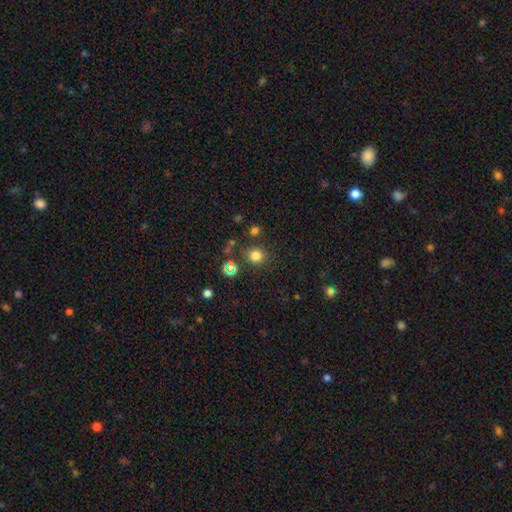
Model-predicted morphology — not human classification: Smooth or featured?
  - smooth: 77% *
  - star or artifact: 18%
  - featured or disk: 5%
How rounded?
  - round: 89% *
  - in between: 10%
  - cigar-shaped: 1%
Merging?
  - none: 82% *
  - minor disturbance: 9%
  - merger: 5%
  - major disturbance: 4%